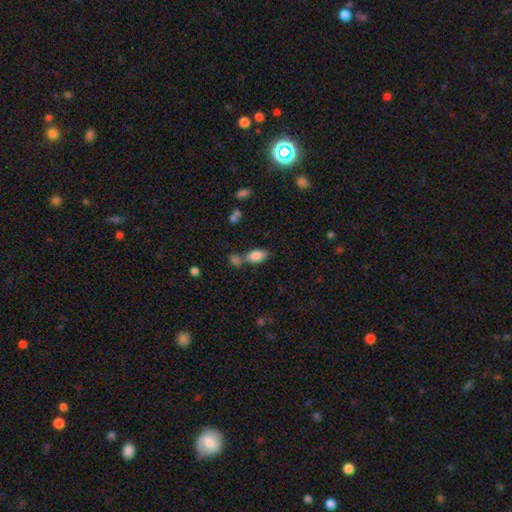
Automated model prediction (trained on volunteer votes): The model was most divided on "merging": none: 51%, merger: 33%, minor disturbance: 12%, major disturbance: 4%. More confident: how rounded — in between (92%); smooth or featured — smooth (85%).